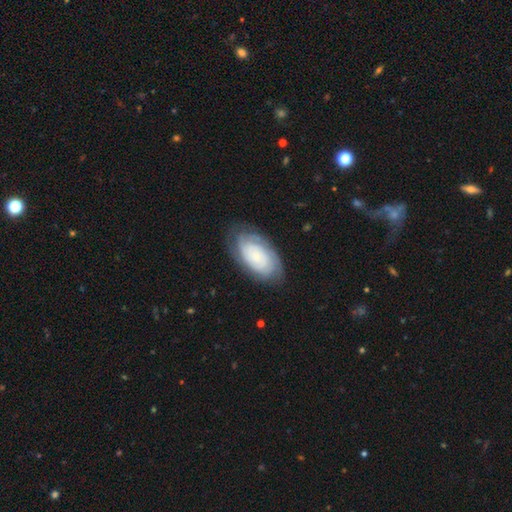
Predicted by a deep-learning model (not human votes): Smooth or featured?
  - featured or disk: 63% *
  - smooth: 29%
  - star or artifact: 8%
Edge-on disk?
  - no: 95% *
  - yes: 5%
Bar?
  - no: 79% *
  - weak: 17%
  - strong: 4%
Spiral arms?
  - yes: 90% *
  - no: 10%
Spiral winding?
  - tight: 74% *
  - medium: 20%
  - loose: 6%
Spiral arm count?
  - can't tell: 46% *
  - 2: 30%
  - 3: 10%
  - 4: 5%
  - 1: 5%
  - more than 4: 4%
Bulge size?
  - small: 56% *
  - none: 16%
  - moderate: 15%
  - large: 9%
  - dominant: 4%
Merging?
  - none: 77% *
  - minor disturbance: 16%
  - major disturbance: 6%
  - merger: 1%